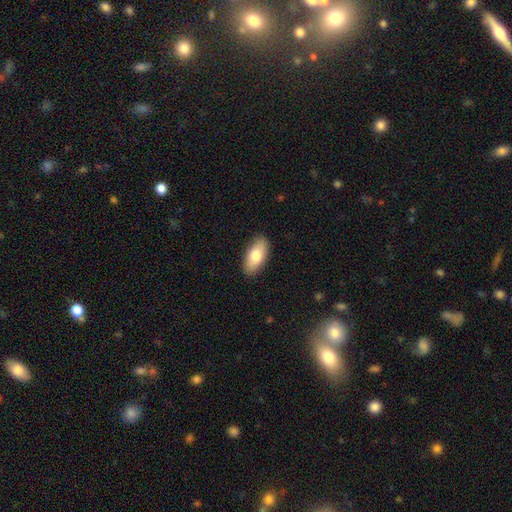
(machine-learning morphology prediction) type=smooth (76%); roundness=in between (90%); merging=none (89%).